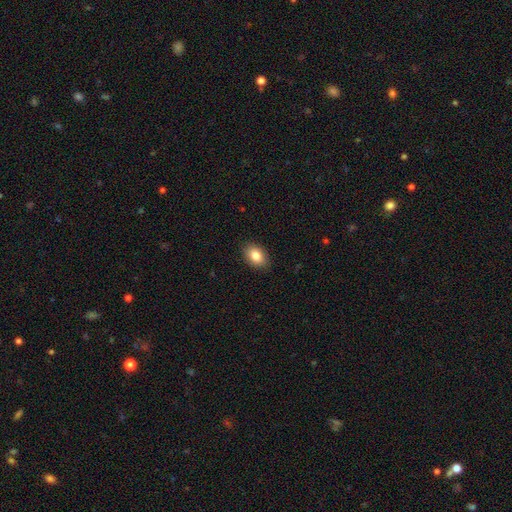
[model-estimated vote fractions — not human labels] Smooth or featured: smooth — 84% (featured or disk — 8%)
How rounded: in between — 83% (round — 16%)
Merging: none — 89% (minor disturbance — 8%)